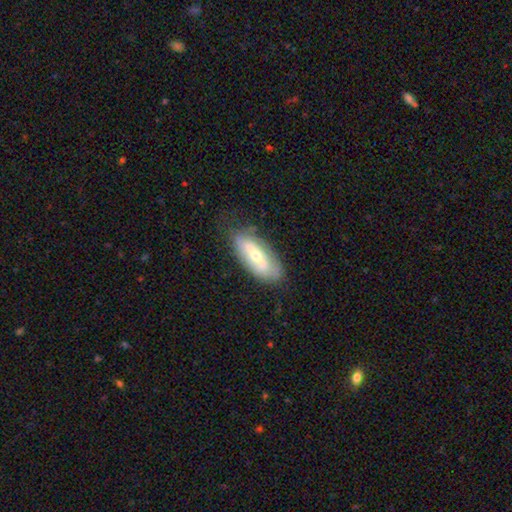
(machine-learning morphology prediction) type=featured or disk (52%); edge-on=no (83%); merging=none (69%).